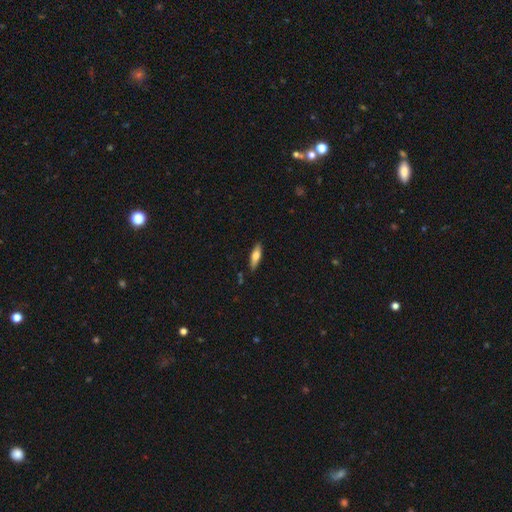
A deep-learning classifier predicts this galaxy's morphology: smooth-or-featured: smooth: 64% | featured or disk: 29% | star or artifact: 6%
  how-rounded: cigar-shaped: 51% | in between: 47% | round: 2%
  merging: none: 85% | minor disturbance: 11% | major disturbance: 2% | merger: 2%